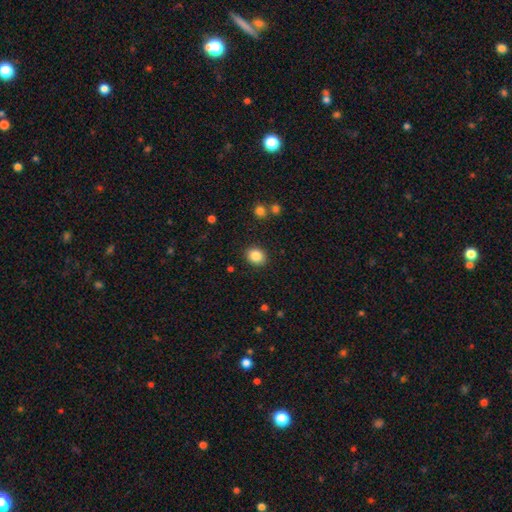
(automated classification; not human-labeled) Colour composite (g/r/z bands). It shows a smooth galaxy with no disk features (86%) that is round (60%). Merging: none (89%).